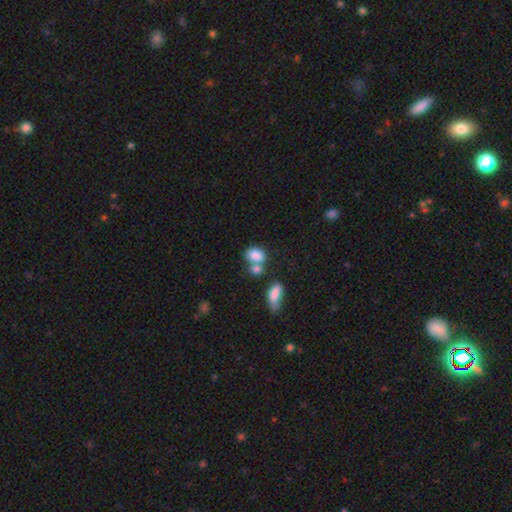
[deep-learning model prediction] A smooth galaxy with no disk features (82%) that is in between round and cigar-shaped (77%). Merging: merger (48%).